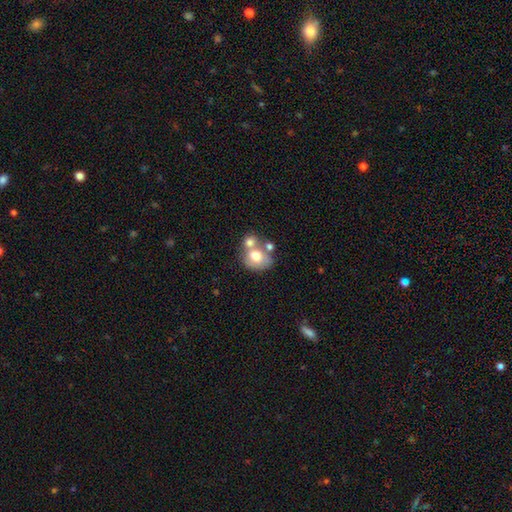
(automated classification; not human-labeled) A smooth galaxy with no disk features (66%) that is round (53%). Merging: merger (54%).